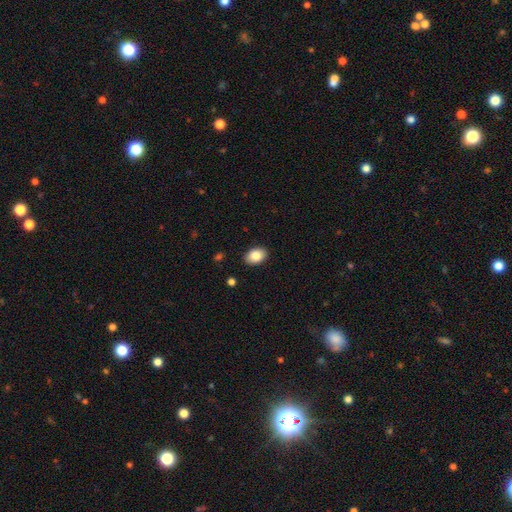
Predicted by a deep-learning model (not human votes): The model was most divided on "how rounded": in between: 82%, round: 17%, cigar-shaped: 1%. More confident: merging — none (90%); smooth or featured — smooth (86%).